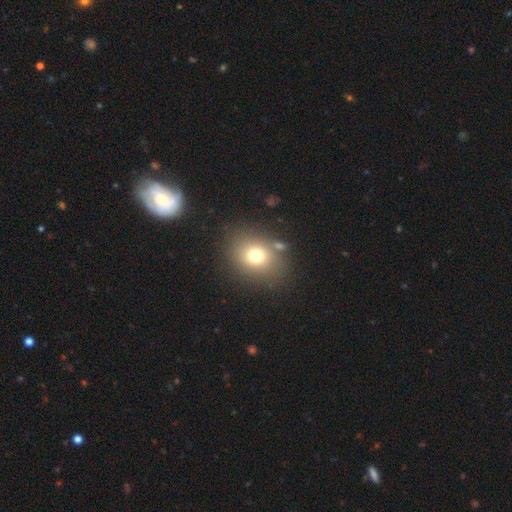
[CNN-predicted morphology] Q: Smooth or featured?
A: smooth (73%); runner-up: star or artifact (14%)
Q: How rounded?
A: round (54%); runner-up: in between (45%)
Q: Merging?
A: none (76%); runner-up: minor disturbance (11%)